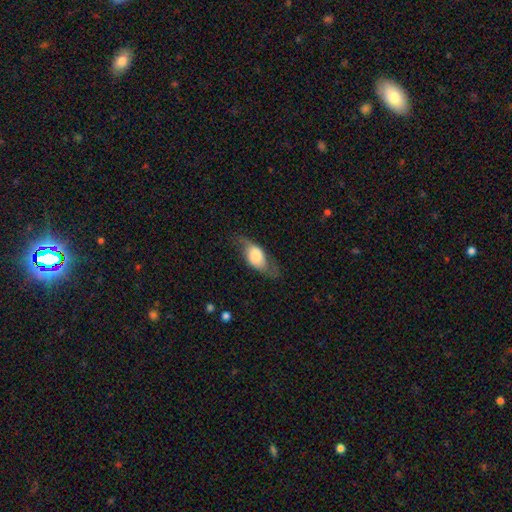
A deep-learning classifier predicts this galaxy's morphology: Smooth or featured? Predicted: smooth (p=0.50). Merging? Predicted: none (p=0.63).